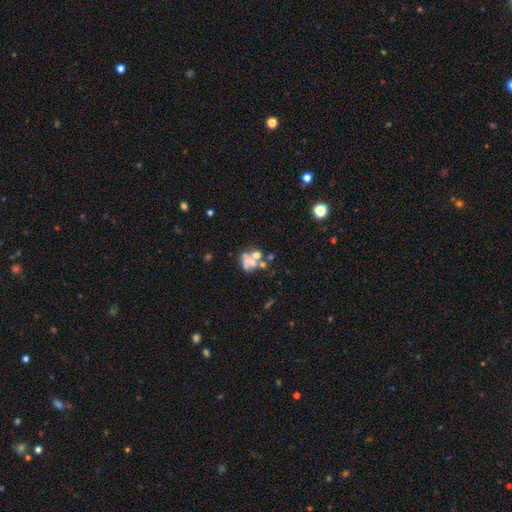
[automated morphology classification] Q: Smooth or featured?
A: star or artifact (47%); runner-up: smooth (36%)